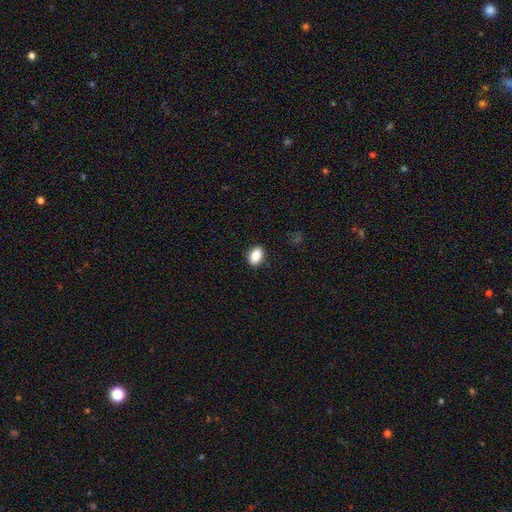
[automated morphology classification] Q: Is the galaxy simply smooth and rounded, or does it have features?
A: smooth — 87%.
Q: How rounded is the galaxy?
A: in between — 85%.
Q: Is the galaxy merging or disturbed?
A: none — 89%.